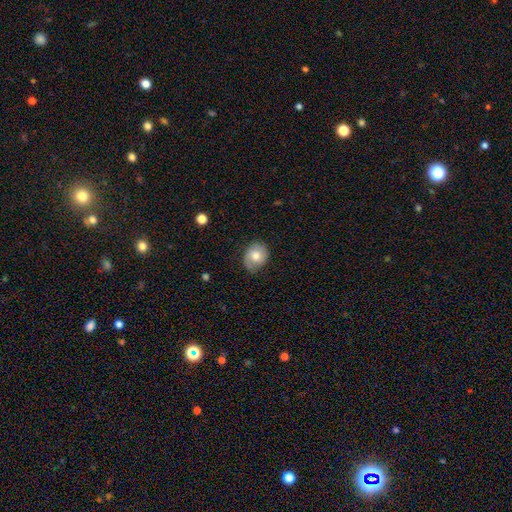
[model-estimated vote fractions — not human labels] smooth 58%, featured or disk 34%, star or artifact 8%. Down the decision tree: how rounded — round (55%); merging — none (72%).